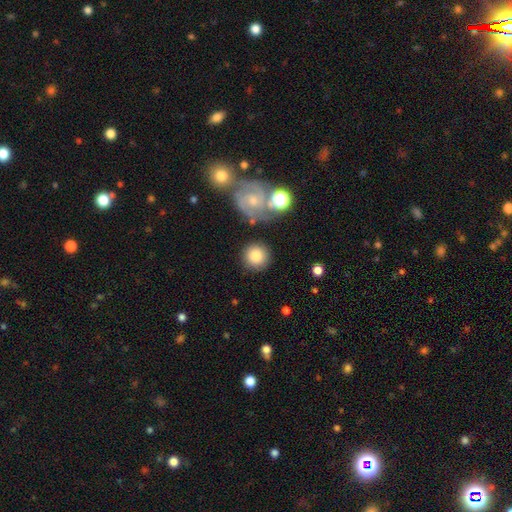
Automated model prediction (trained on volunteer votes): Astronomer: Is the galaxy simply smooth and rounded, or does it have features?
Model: smooth — 79%.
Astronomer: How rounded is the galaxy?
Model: round — 94%.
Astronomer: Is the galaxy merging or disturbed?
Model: none — 81%.